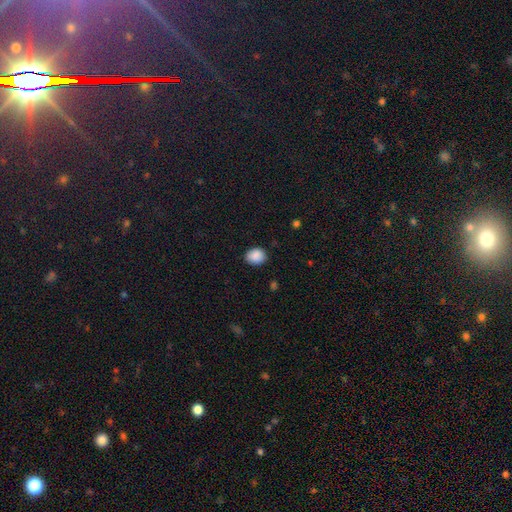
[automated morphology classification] smooth_or_featured: smooth (p=0.89) [alt: star or artifact p=0.08]
how_rounded: round (p=0.58) [alt: in between p=0.41]
merging: none (p=0.85) [alt: minor disturbance p=0.11]